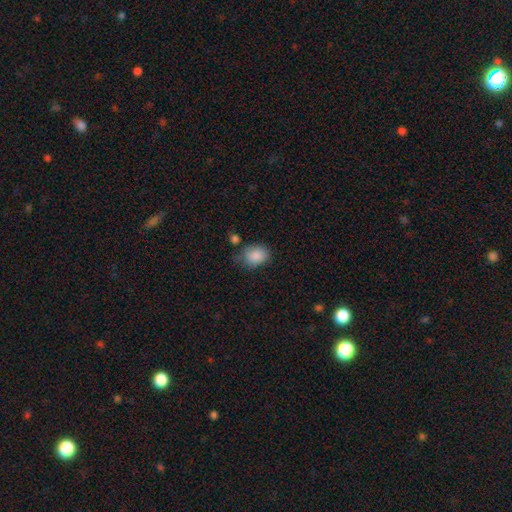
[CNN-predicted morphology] The model was most divided on "how rounded": in between: 61%, round: 38%, cigar-shaped: 1%. More confident: smooth or featured — smooth (87%); merging — none (58%).